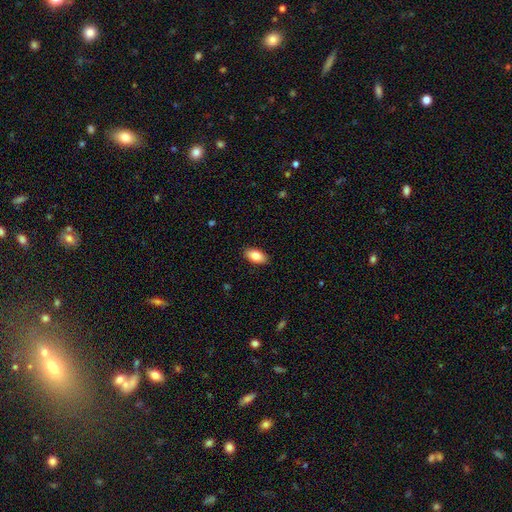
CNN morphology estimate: This is clearly a smooth galaxy (82%). How rounded: clearly in between (92%). Merging: clearly none (89%).